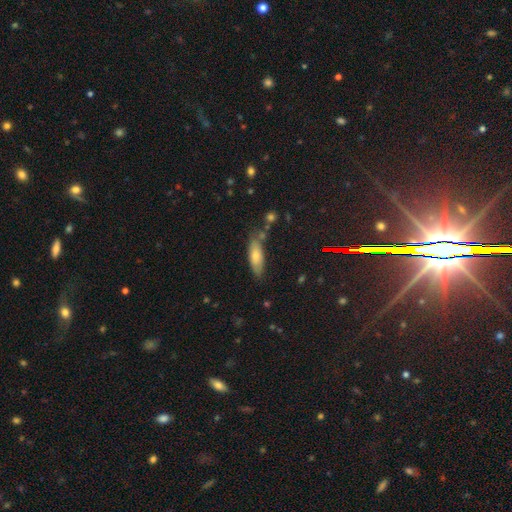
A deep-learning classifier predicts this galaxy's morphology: Smooth or featured: smooth — 64% (featured or disk — 24%)
How rounded: in between — 55% (cigar-shaped — 42%)
Merging: none — 73% (minor disturbance — 18%)